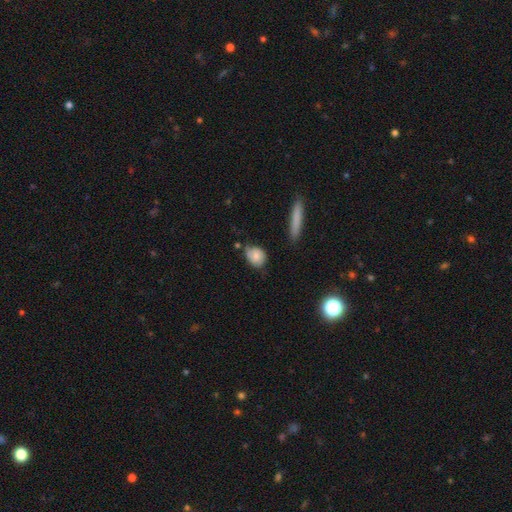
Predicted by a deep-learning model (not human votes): Morphology: type=smooth (74%); roundness=in between (54%); merging=none (61%).